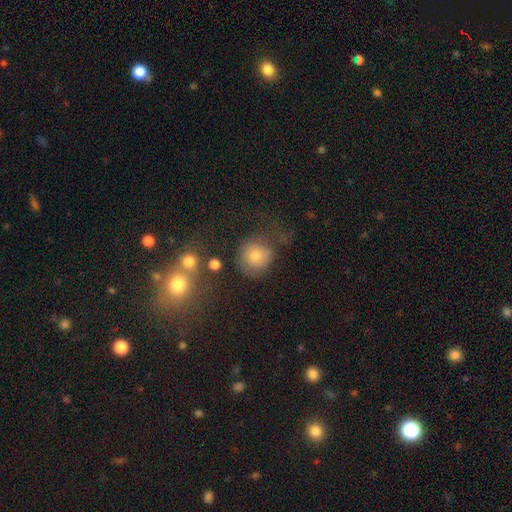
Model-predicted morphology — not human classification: Smooth or featured: smooth — 68% (featured or disk — 18%)
How rounded: round — 86% (in between — 12%)
Merging: none — 56% (minor disturbance — 19%)